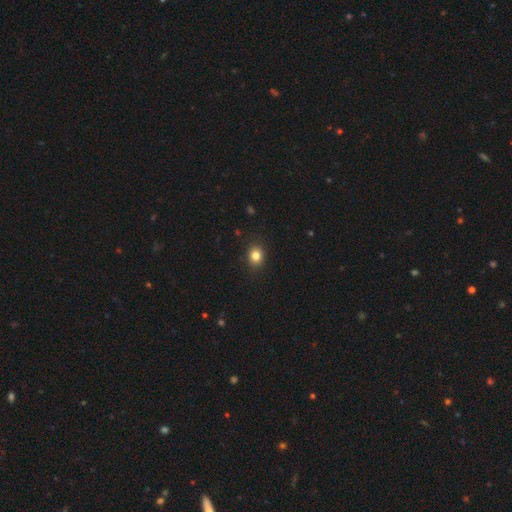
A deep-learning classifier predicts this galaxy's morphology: type=smooth (83%); roundness=round (61%); merging=none (88%).